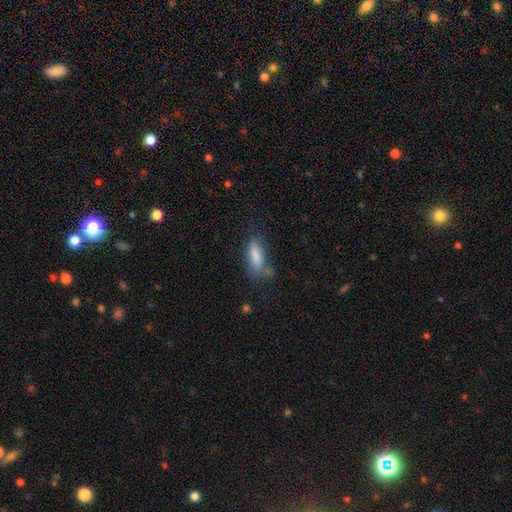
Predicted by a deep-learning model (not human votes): Smooth or featured? smooth (80%)
How rounded? in between (61%)
Merging? none (56%)